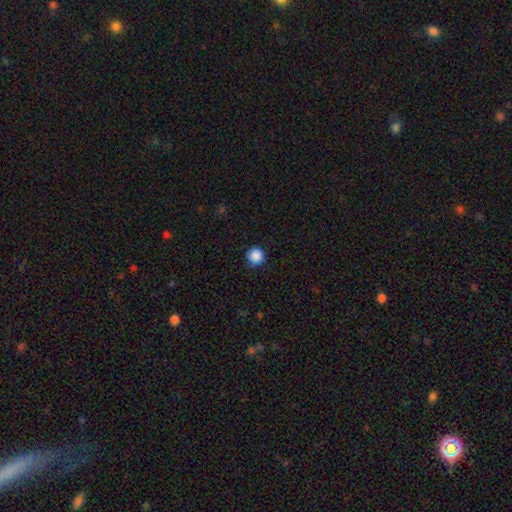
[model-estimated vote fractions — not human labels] Morphology: type=smooth (88%); roundness=round (96%); merging=none (89%).